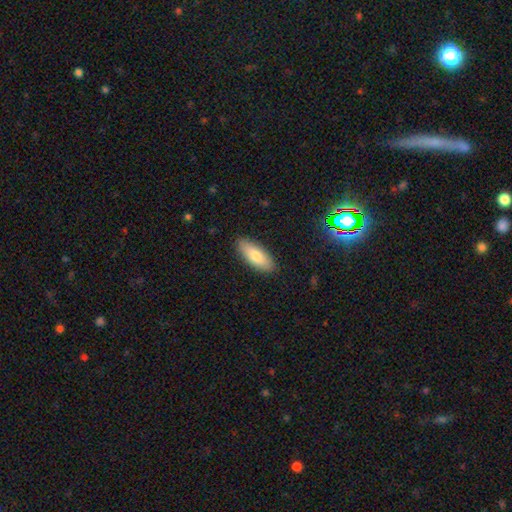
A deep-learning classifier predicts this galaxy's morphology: Smooth or featured?
  - smooth: 80% *
  - featured or disk: 14%
  - star or artifact: 6%
How rounded?
  - in between: 72% *
  - cigar-shaped: 26%
  - round: 2%
Merging?
  - none: 88% *
  - minor disturbance: 9%
  - major disturbance: 2%
  - merger: 1%